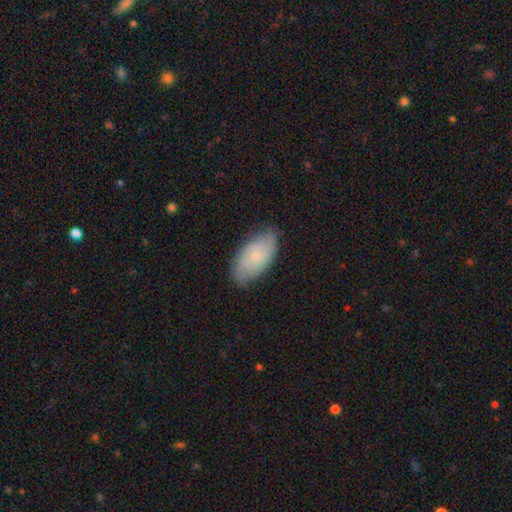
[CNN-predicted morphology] type=smooth (51%); roundness=in between (93%); merging=none (76%).